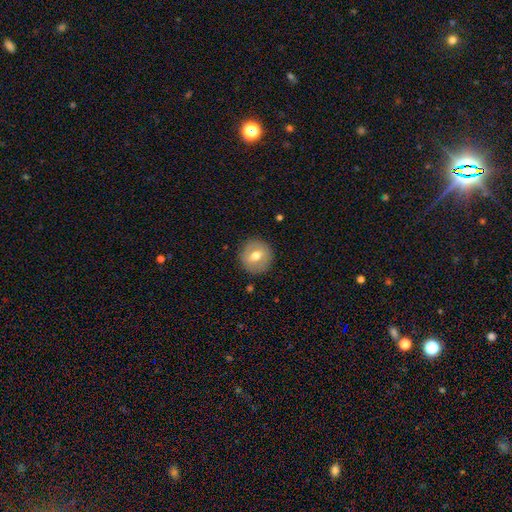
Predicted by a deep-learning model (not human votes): Smooth or featured? smooth (63%)
How rounded? round (91%)
Merging? none (88%)